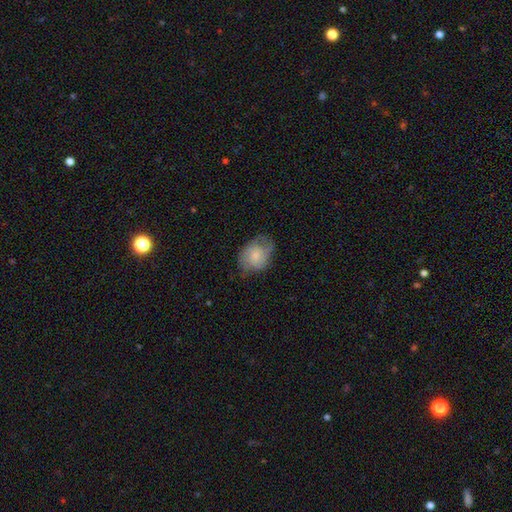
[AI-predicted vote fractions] A smooth galaxy with no disk features (53%) that is in between round and cigar-shaped (60%). Merging: none (57%).